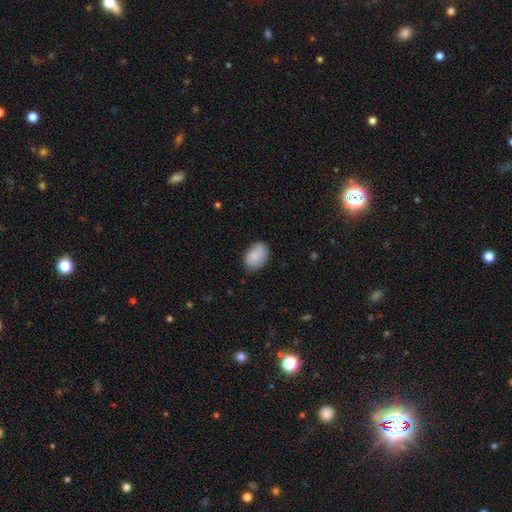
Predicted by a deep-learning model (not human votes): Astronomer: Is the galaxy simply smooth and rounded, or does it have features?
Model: smooth — 82%.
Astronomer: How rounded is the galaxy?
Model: in between — 83%.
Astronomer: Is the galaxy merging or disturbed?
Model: none — 75%.